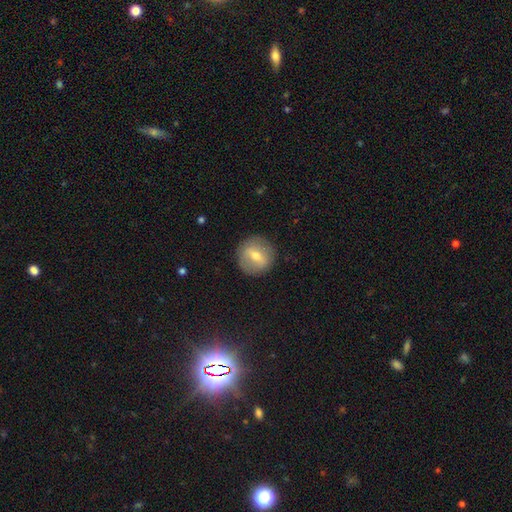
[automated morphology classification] smooth 53%, featured or disk 38%, star or artifact 8%. Down the decision tree: how rounded — round (92%); merging — none (88%).